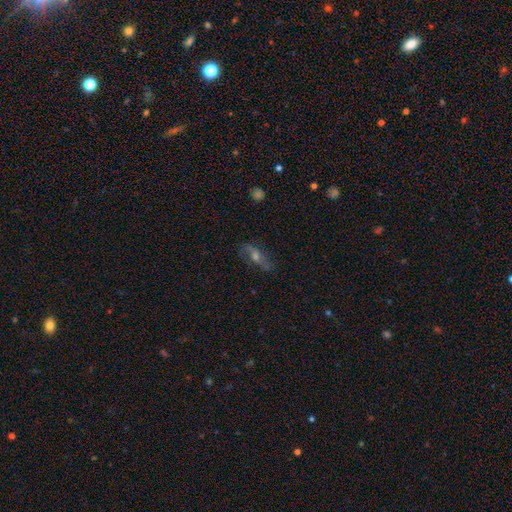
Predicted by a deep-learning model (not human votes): Smooth or featured?
  - featured or disk: 58% *
  - smooth: 28%
  - star or artifact: 14%
Edge-on disk?
  - no: 71% *
  - yes: 29%
Merging?
  - none: 75% *
  - minor disturbance: 17%
  - major disturbance: 7%
  - merger: 2%